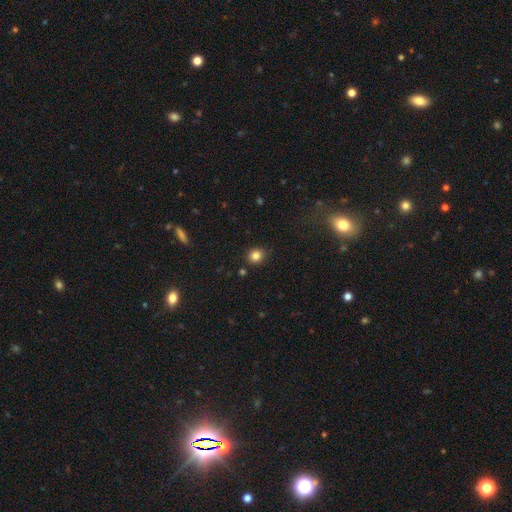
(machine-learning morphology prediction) This is clearly a smooth galaxy (83%). How rounded: likely round (80%). Merging: clearly none (87%).